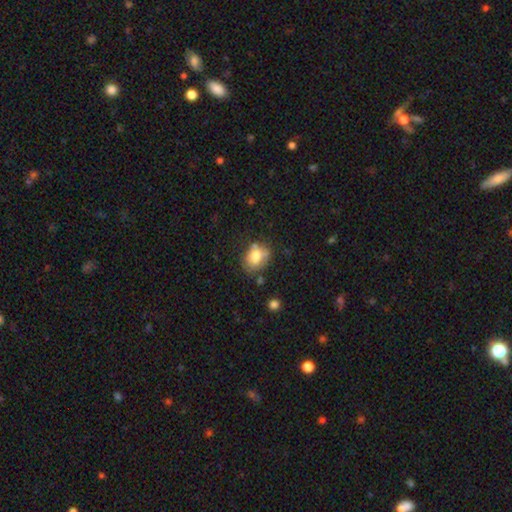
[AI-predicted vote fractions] A smooth galaxy with no disk features (73%) that is in between round and cigar-shaped (59%).

Vote fractions:
- Smooth or featured? smooth: 73% / featured or disk: 18% / star or artifact: 9%
- How rounded? in between: 59% / round: 40% / cigar-shaped: 1%
- Merging? none: 52% / minor disturbance: 26% / merger: 13% / major disturbance: 10%